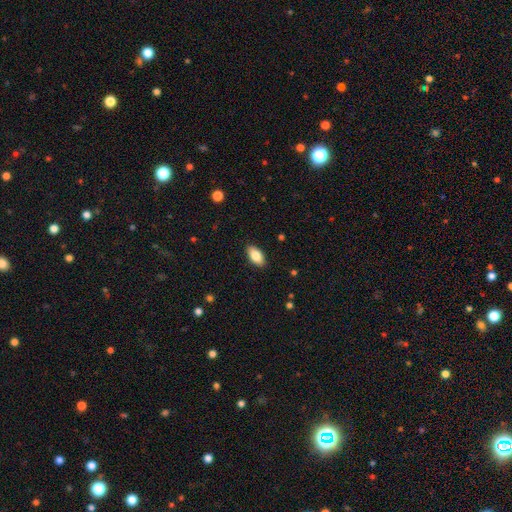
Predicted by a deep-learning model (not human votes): smooth 84%, featured or disk 10%, star or artifact 7%. Down the decision tree: how rounded — in between (92%); merging — none (89%).